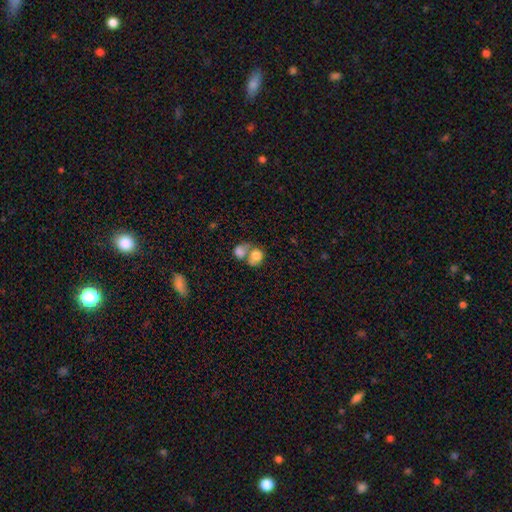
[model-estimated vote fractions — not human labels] Morphology: type=smooth (75%); roundness=round (61%); merging=merger (65%).